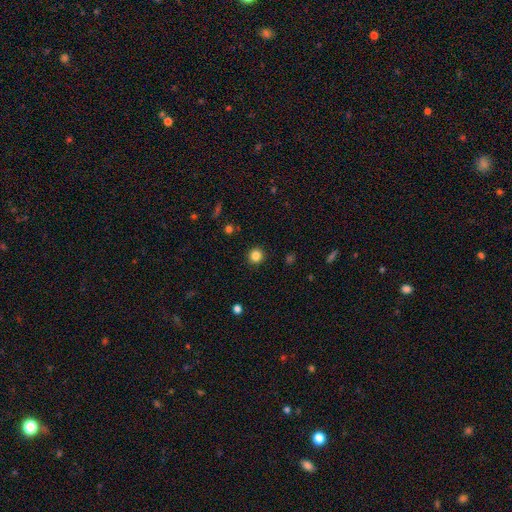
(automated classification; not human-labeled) Q: Smooth or featured?
A: smooth (84%); runner-up: star or artifact (12%)
Q: How rounded?
A: round (94%); runner-up: in between (5%)
Q: Merging?
A: none (92%); runner-up: minor disturbance (5%)